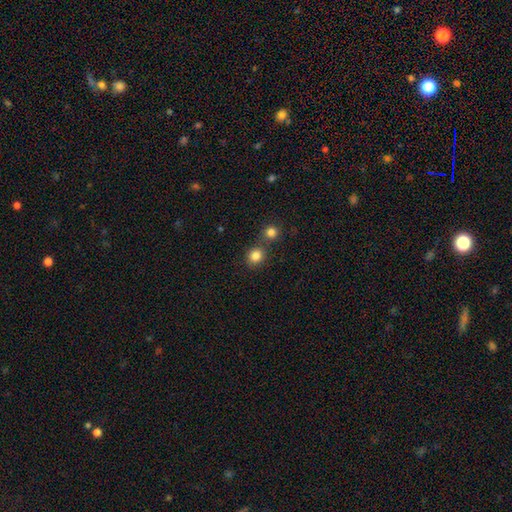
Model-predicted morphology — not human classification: Smooth or featured: smooth — 83% (star or artifact — 12%)
How rounded: round — 80% (in between — 19%)
Merging: none — 66% (merger — 23%)